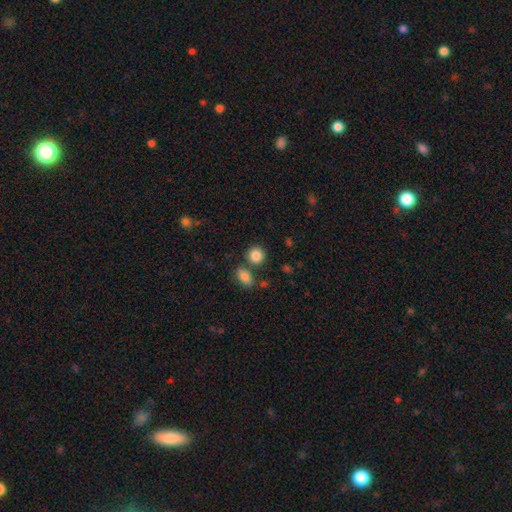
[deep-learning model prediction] Smooth or featured? Predicted: smooth (p=0.86). How rounded? Predicted: round (p=0.84). Merging? Predicted: none (p=0.75).